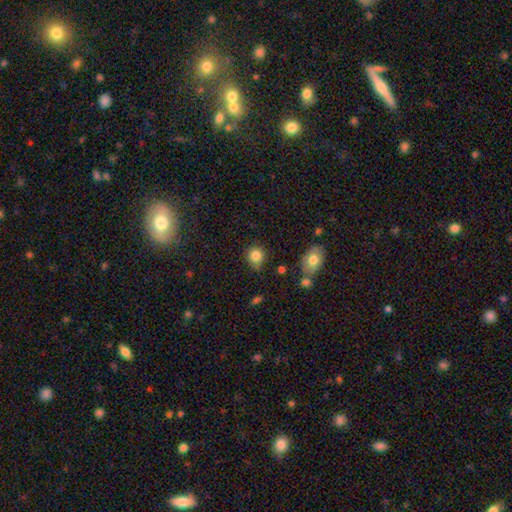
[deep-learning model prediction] smooth_or_featured: smooth (p=0.84) [alt: star or artifact p=0.10]
how_rounded: round (p=0.83) [alt: in between p=0.15]
merging: none (p=0.71) [alt: minor disturbance p=0.20]